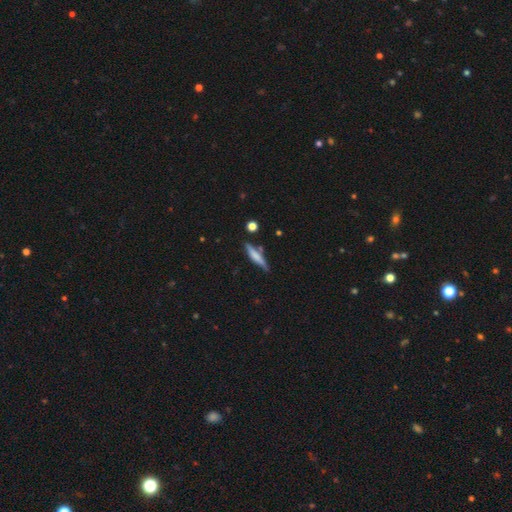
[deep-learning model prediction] Overall: smooth (54%; featured or disk 39%). How rounded: cigar-shaped (86%). Merging: none (76%).